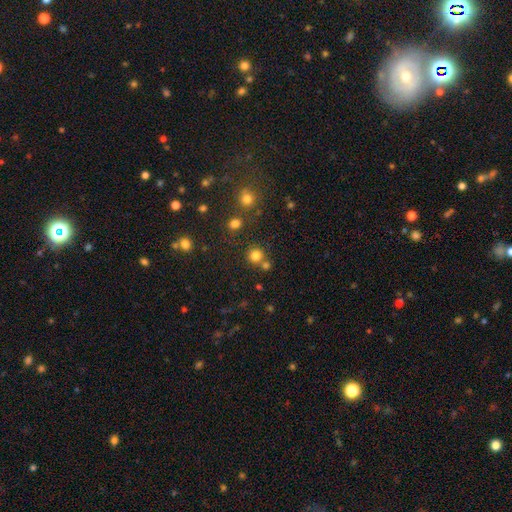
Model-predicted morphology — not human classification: Overall: smooth (78%). How rounded: round (92%). Merging: none (75%).